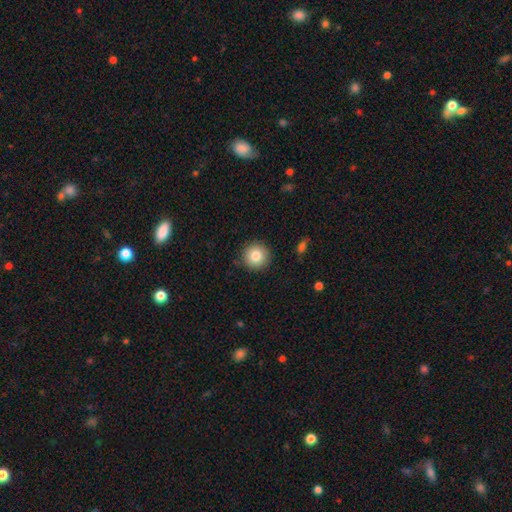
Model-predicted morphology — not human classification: Overall: smooth (82%). How rounded: round (95%). Merging: none (90%).